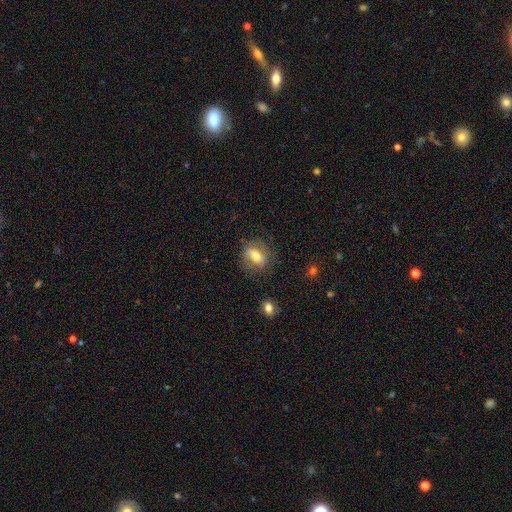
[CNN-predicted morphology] This is possibly a smooth galaxy (47%). Merging: likely none (69%).